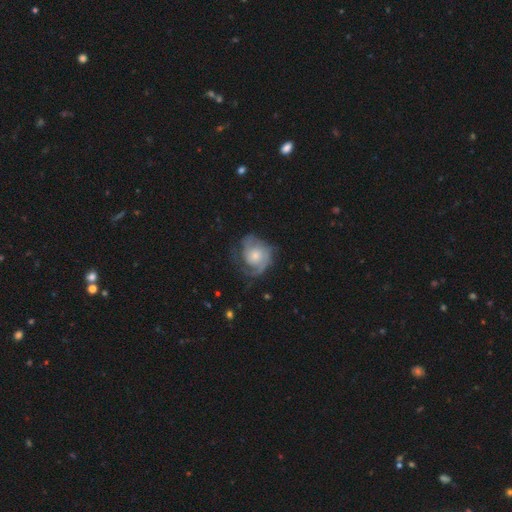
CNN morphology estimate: Overall: featured or disk (70%). Edge-on disk: no (98%). Bar: no (77%). Spiral arms: yes (88%). Spiral arm count: 2 (45%; can't tell 22%). Spiral winding: tight (42%; medium 40%). Bulge size: moderate (46%; small 39%). Merging: none (55%; minor disturbance 24%).